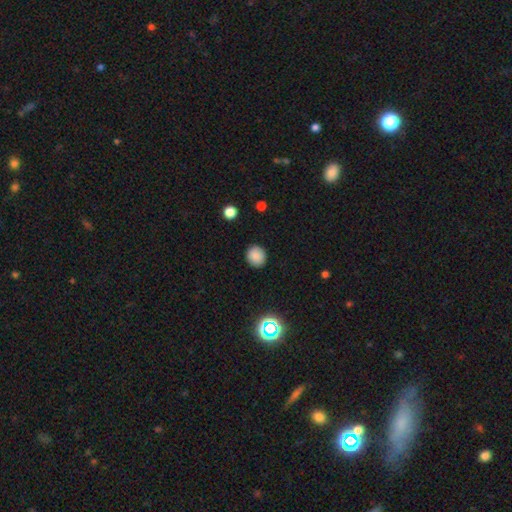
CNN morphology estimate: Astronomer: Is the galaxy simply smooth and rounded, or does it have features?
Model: smooth — 84%.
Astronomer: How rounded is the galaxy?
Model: round — 88%.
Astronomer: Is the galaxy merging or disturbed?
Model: none — 90%.